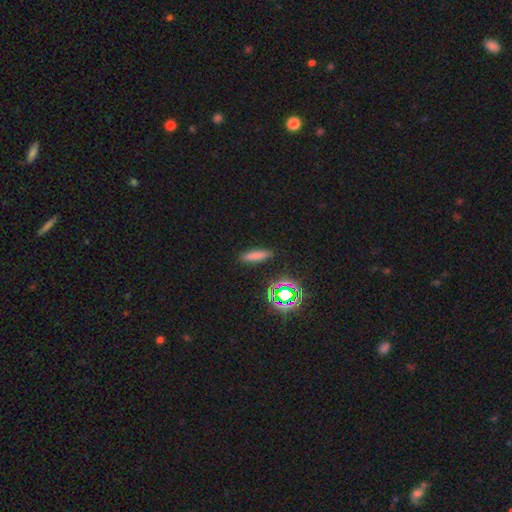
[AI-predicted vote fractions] A smooth galaxy with no disk features (73%) that is cigar-shaped (73%).

Vote fractions:
- Smooth or featured? smooth: 73% / star or artifact: 18% / featured or disk: 9%
- How rounded? cigar-shaped: 73% / in between: 24% / round: 3%
- Merging? none: 88% / minor disturbance: 8% / major disturbance: 2% / merger: 2%